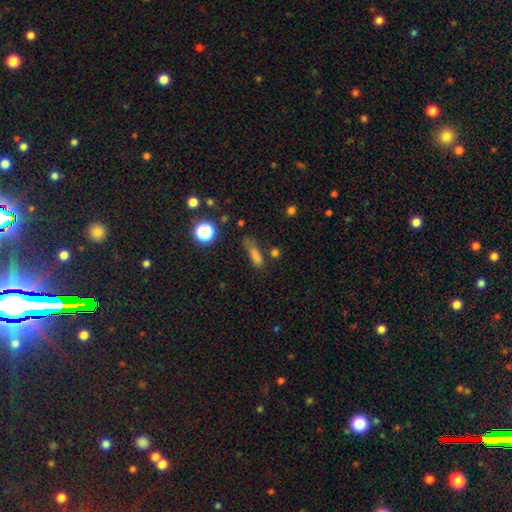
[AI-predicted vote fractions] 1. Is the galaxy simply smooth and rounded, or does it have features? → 69% smooth, 21% star or artifact, 10% featured or disk.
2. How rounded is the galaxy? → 47% cigar-shaped, 43% in between, 10% round.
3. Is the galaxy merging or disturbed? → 54% none, 26% minor disturbance, 14% major disturbance, 7% merger.